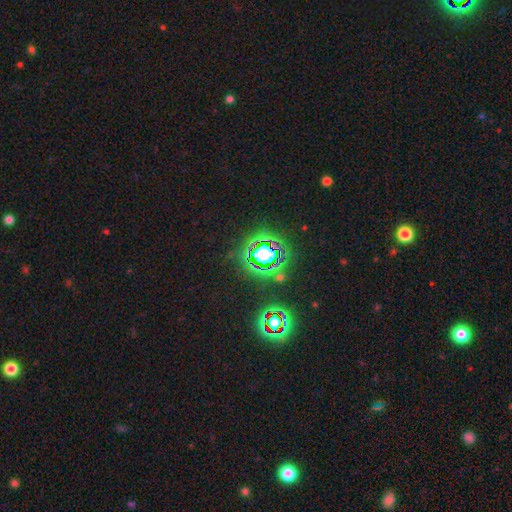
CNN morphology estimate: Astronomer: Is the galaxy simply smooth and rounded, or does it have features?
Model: star or artifact — 81%.